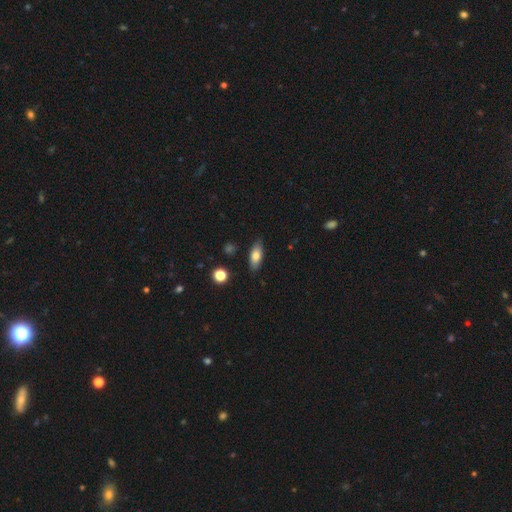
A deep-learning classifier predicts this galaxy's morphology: A smooth galaxy with no disk features (75%) that is in between round and cigar-shaped (79%).

Vote fractions:
- Smooth or featured? smooth: 75% / featured or disk: 17% / star or artifact: 7%
- How rounded? in between: 79% / cigar-shaped: 18% / round: 4%
- Merging? none: 85% / minor disturbance: 11% / major disturbance: 2% / merger: 2%